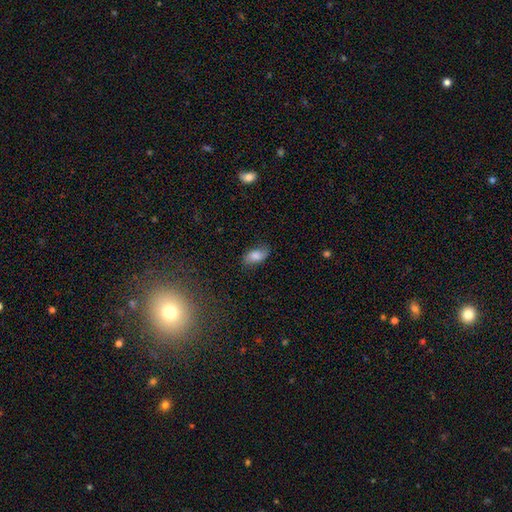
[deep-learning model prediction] A smooth galaxy with no disk features (76%) that is in between round and cigar-shaped (91%).

Vote fractions:
- Smooth or featured? smooth: 76% / featured or disk: 16% / star or artifact: 8%
- How rounded? in between: 91% / round: 4% / cigar-shaped: 4%
- Merging? none: 78% / minor disturbance: 17% / major disturbance: 4% / merger: 1%